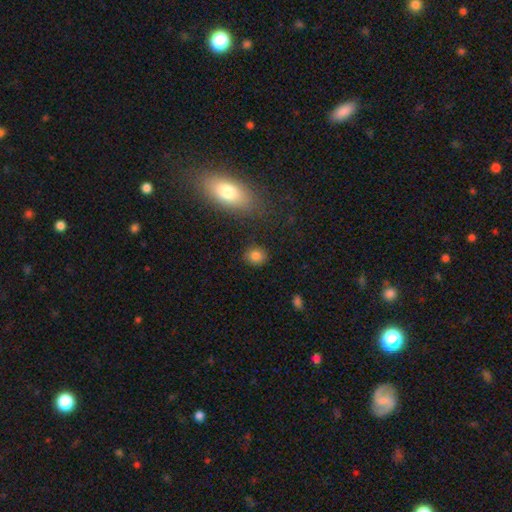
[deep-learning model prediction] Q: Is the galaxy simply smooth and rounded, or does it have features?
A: smooth — 83%.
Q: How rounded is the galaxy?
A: round — 76%.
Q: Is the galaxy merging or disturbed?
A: none — 87%.